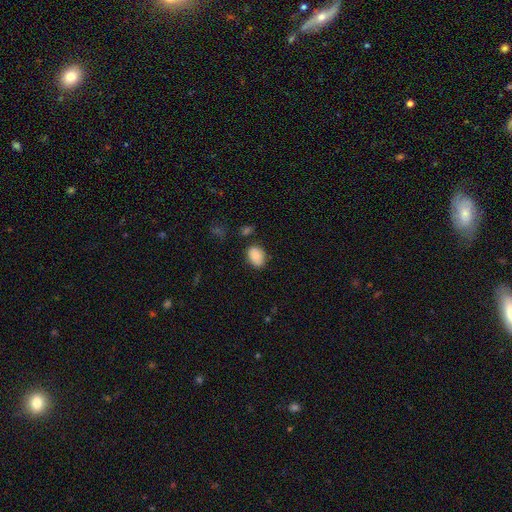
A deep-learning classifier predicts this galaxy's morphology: Overall: smooth (87%). How rounded: in between (80%). Merging: none (75%).